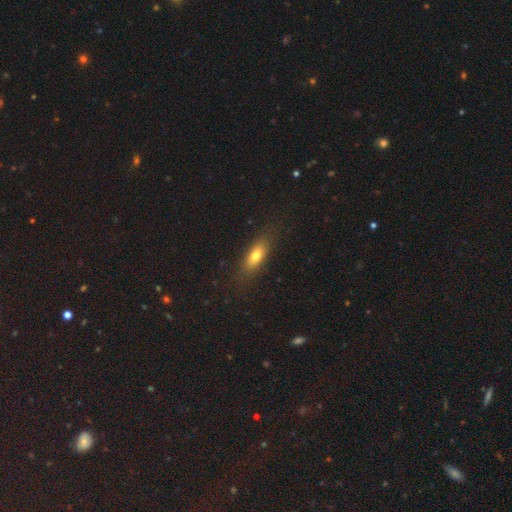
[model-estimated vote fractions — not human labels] A smooth galaxy with no disk features (72%) that is in between round and cigar-shaped (65%). Merging: none (83%).